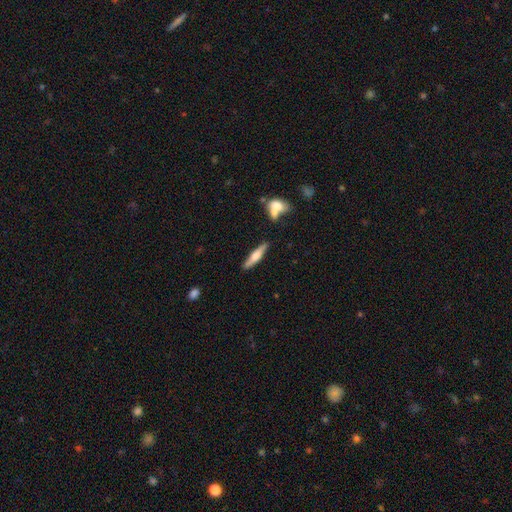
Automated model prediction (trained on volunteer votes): A smooth galaxy with no disk features (49%). Merging: none (82%).